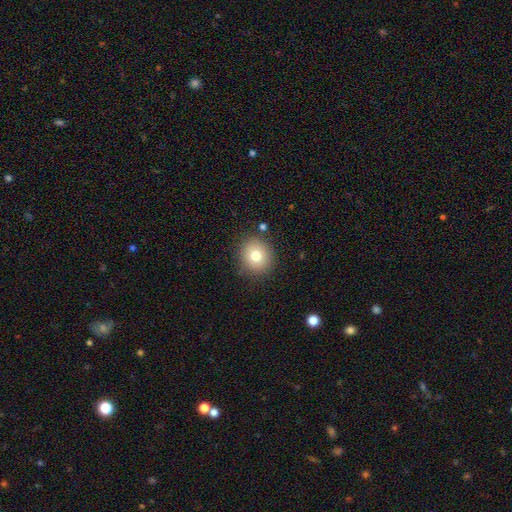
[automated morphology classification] smooth_or_featured: smooth (p=0.75) [alt: star or artifact p=0.12]
how_rounded: round (p=0.86) [alt: in between p=0.13]
merging: none (p=0.86) [alt: minor disturbance p=0.09]